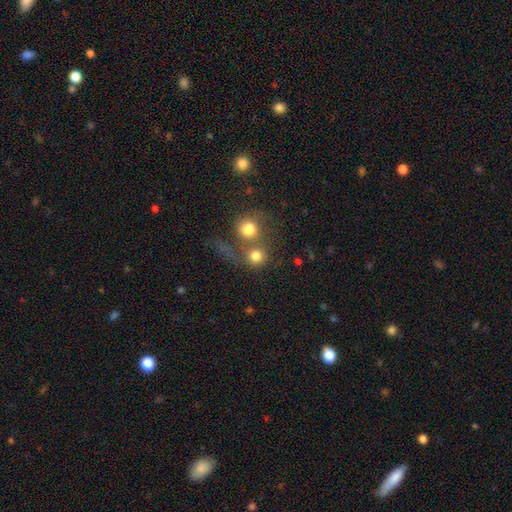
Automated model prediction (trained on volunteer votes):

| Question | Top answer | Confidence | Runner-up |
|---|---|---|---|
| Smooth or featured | smooth | 79% | featured or disk (11%) |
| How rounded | round | 88% | in between (11%) |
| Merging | merger | 52% | none (34%) |